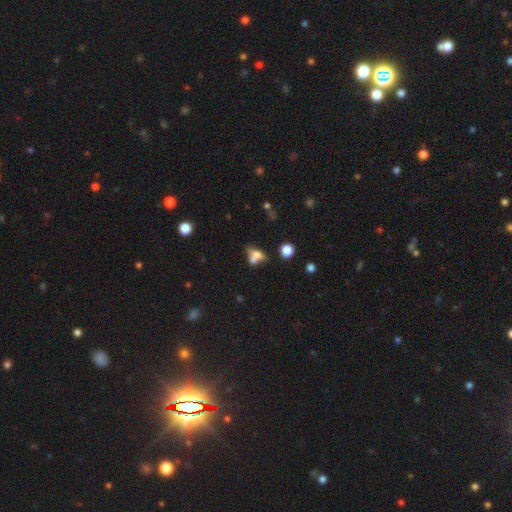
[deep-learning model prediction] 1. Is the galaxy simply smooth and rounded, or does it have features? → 61% smooth, 26% featured or disk, 14% star or artifact.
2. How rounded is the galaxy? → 62% in between, 27% round, 11% cigar-shaped.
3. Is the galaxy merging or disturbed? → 52% merger, 29% none, 11% minor disturbance, 9% major disturbance.